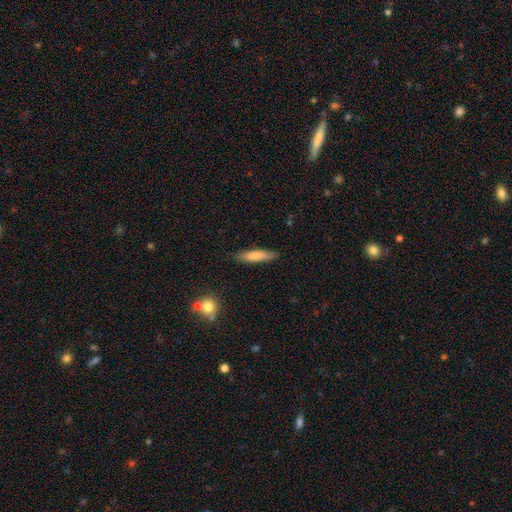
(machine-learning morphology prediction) Overall: smooth (78%). How rounded: cigar-shaped (82%). Merging: none (87%).